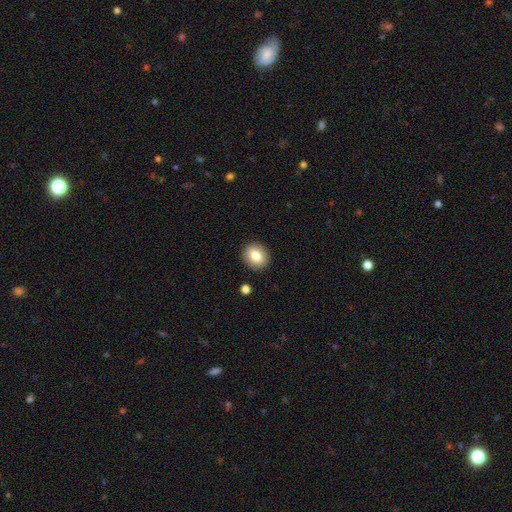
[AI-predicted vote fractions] smooth 78%, featured or disk 13%, star or artifact 8%. Down the decision tree: how rounded — round (66%); merging — none (90%).